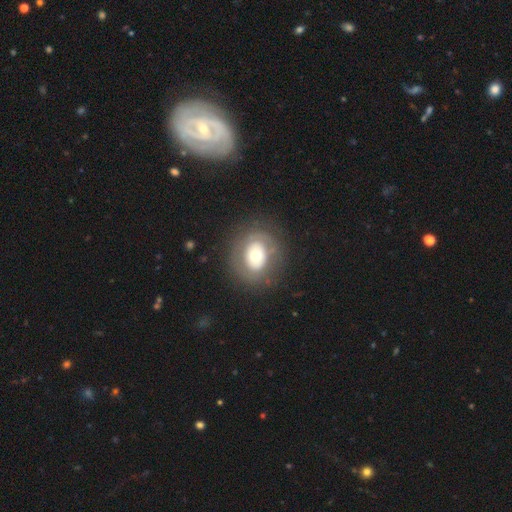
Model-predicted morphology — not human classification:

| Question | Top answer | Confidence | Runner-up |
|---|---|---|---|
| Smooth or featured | smooth | 48% | featured or disk (44%) |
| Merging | none | 78% | minor disturbance (12%) |